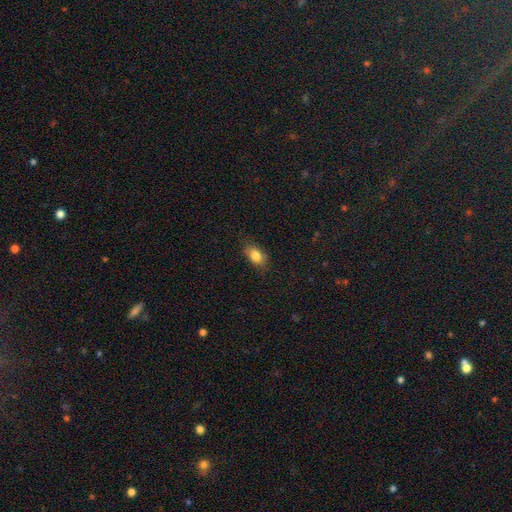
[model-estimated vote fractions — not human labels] This appears to be a smooth galaxy with no disk features (82%) that is in between round and cigar-shaped (84%). Merging: none (81%).